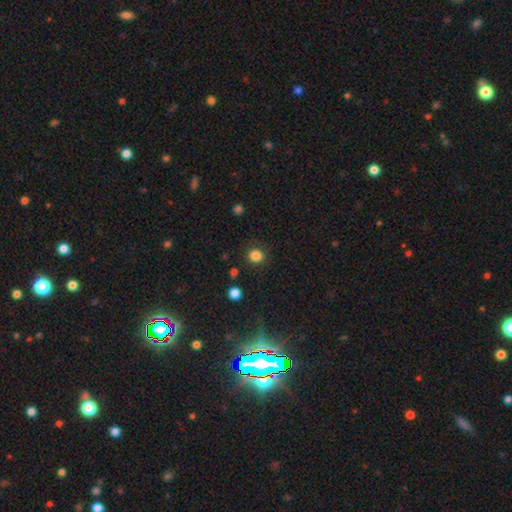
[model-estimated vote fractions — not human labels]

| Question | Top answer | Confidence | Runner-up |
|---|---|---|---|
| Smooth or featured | smooth | 84% | star or artifact (12%) |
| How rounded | round | 86% | in between (13%) |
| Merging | none | 85% | minor disturbance (9%) |